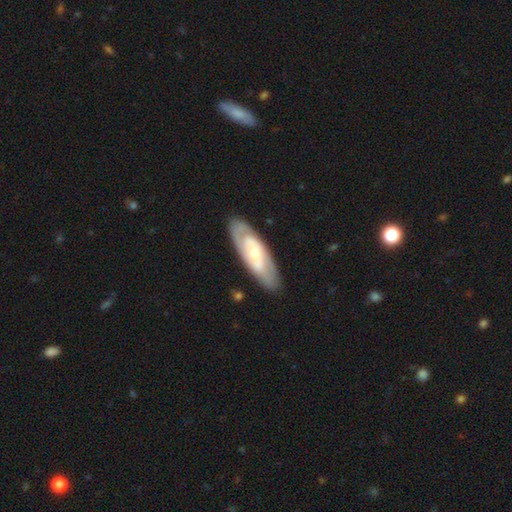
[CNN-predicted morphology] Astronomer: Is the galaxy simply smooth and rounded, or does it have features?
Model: featured or disk — 70%.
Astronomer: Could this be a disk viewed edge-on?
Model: no — 83%.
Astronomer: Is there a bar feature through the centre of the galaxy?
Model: no — 63%.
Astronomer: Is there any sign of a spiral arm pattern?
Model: yes — 76%.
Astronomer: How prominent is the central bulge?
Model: small — 56% (runner-up: moderate, 38%).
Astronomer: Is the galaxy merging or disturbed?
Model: none — 84%.